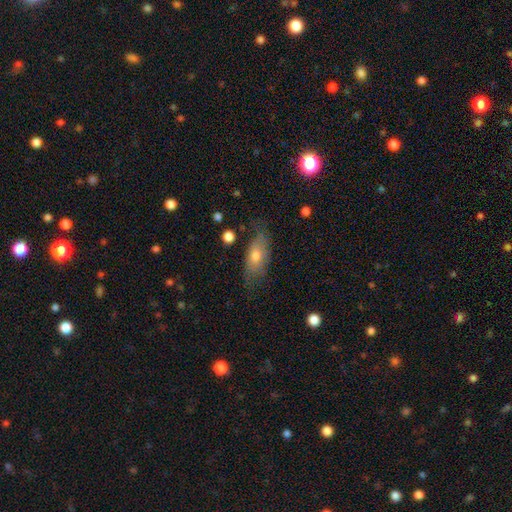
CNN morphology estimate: type=smooth (59%); roundness=in between (78%); merging=none (67%).